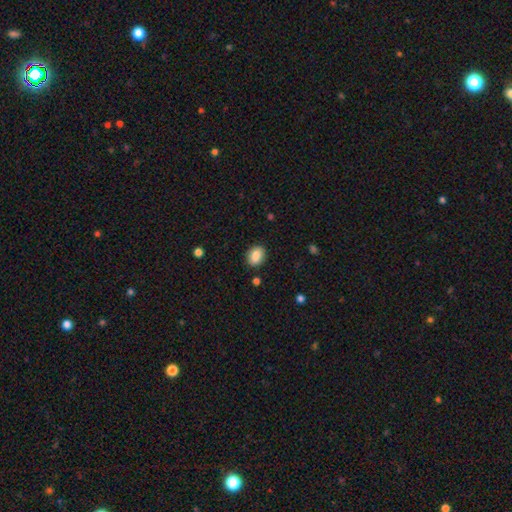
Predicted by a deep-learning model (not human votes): A smooth galaxy with no disk features (87%) that is in between round and cigar-shaped (67%).

Vote fractions:
- Smooth or featured? smooth: 87% / star or artifact: 8% / featured or disk: 5%
- How rounded? in between: 67% / round: 32% / cigar-shaped: 1%
- Merging? none: 87% / minor disturbance: 9% / major disturbance: 2% / merger: 1%